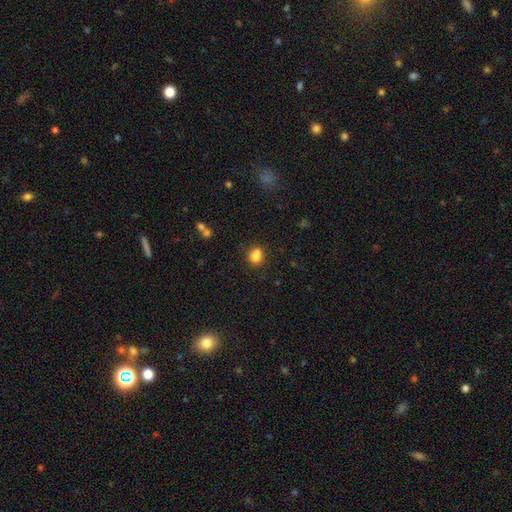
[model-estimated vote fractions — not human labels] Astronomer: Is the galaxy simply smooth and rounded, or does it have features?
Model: smooth — 84%.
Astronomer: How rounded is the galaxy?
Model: round — 60% (runner-up: in between, 39%).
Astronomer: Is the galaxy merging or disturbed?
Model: none — 73%.